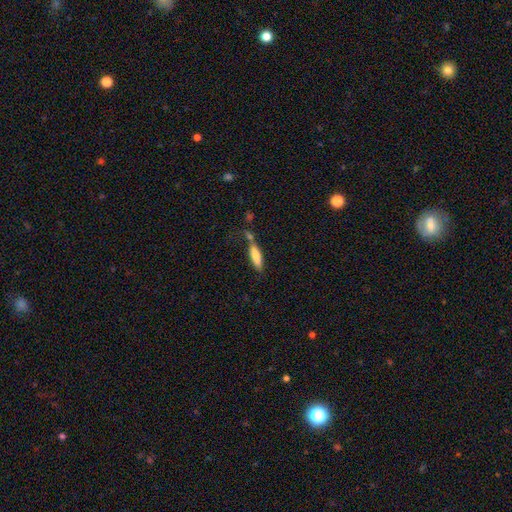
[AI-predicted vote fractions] A smooth galaxy with no disk features (78%) that is cigar-shaped (58%). Merging: none (51%).